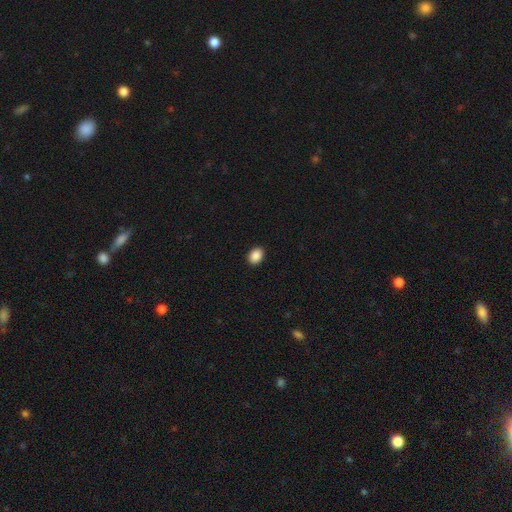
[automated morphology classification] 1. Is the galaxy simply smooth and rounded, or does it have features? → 89% smooth, 8% star or artifact, 3% featured or disk.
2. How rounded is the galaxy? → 65% in between, 34% round, 1% cigar-shaped.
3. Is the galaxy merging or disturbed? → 92% none, 6% minor disturbance, 2% major disturbance, 1% merger.